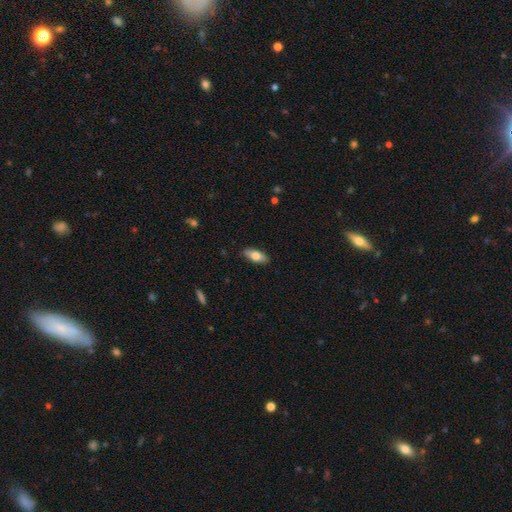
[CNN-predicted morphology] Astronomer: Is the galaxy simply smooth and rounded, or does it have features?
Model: smooth — 74%.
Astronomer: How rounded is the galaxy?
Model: in between — 83%.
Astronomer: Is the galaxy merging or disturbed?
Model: none — 88%.